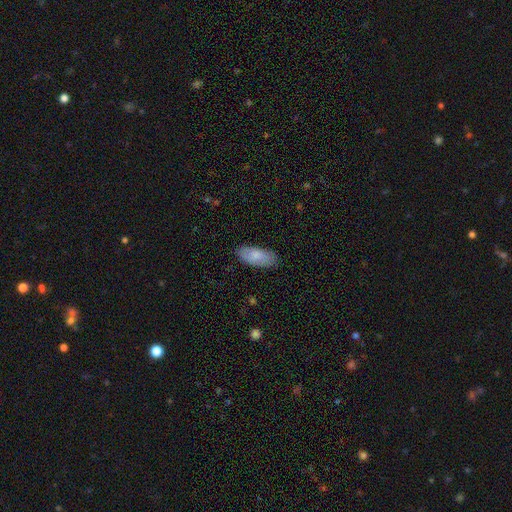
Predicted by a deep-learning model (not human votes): Morphology: type=smooth (84%); roundness=in between (87%); merging=none (84%).